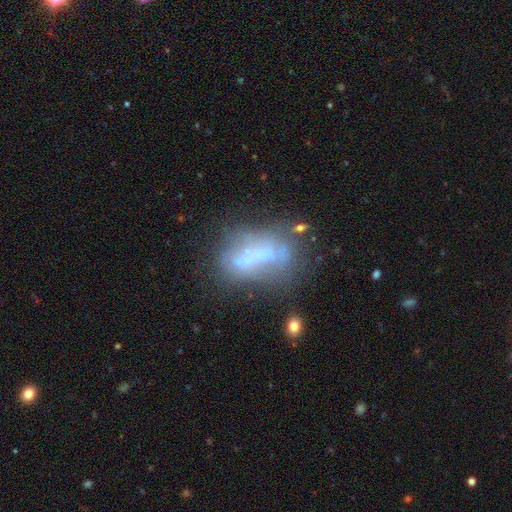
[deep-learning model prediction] smooth_or_featured: featured or disk (p=0.57) [alt: smooth p=0.28]
disk_edge_on: no (p=0.90) [alt: yes p=0.10]
bar: no (p=0.76) [alt: weak p=0.13]
has_spiral_arms: no (p=0.92) [alt: yes p=0.08]
bulge_size: none (p=0.59) [alt: small p=0.20]
merging: none (p=0.37) [alt: merger p=0.23]